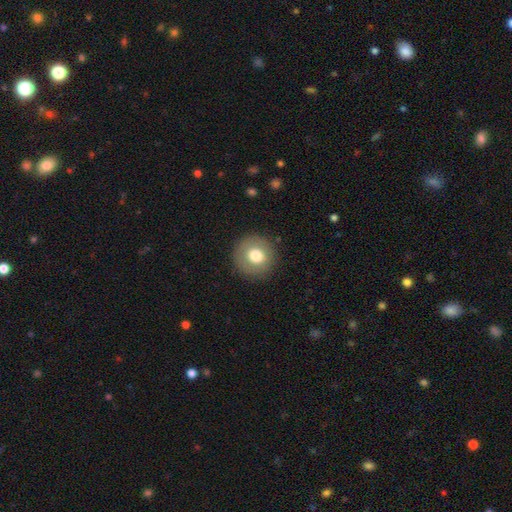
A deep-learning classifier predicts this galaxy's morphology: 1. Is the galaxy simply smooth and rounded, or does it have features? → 74% smooth, 17% featured or disk, 9% star or artifact.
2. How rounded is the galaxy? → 95% round, 4% in between, 1% cigar-shaped.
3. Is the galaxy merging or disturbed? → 89% none, 7% minor disturbance, 3% major disturbance, 1% merger.